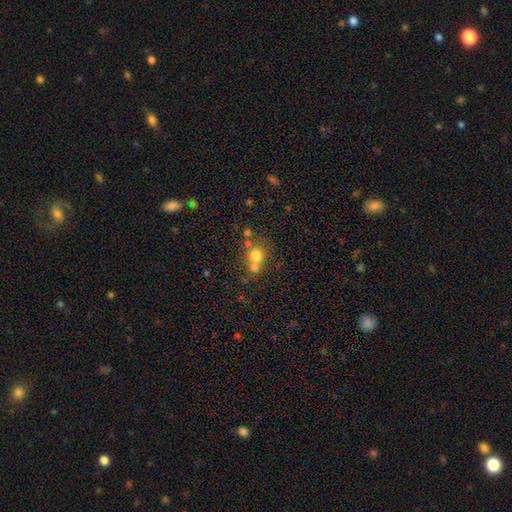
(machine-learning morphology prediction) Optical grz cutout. It shows a smooth galaxy with no disk features (71%) that is round (83%). Merging: none (48%).